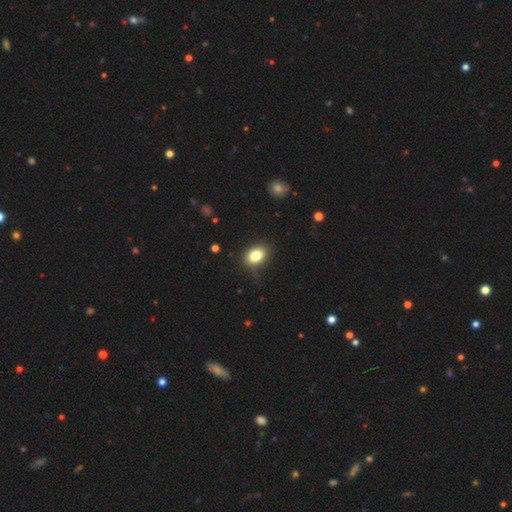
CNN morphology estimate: smooth_or_featured: smooth (p=0.81) [alt: star or artifact p=0.10]
how_rounded: in between (p=0.71) [alt: round p=0.28]
merging: none (p=0.77) [alt: minor disturbance p=0.17]